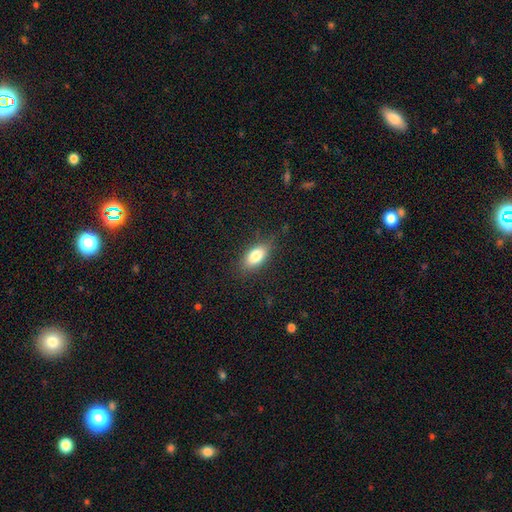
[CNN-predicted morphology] A smooth galaxy with no disk features (82%) that is in between round and cigar-shaped (88%). Merging: none (83%).